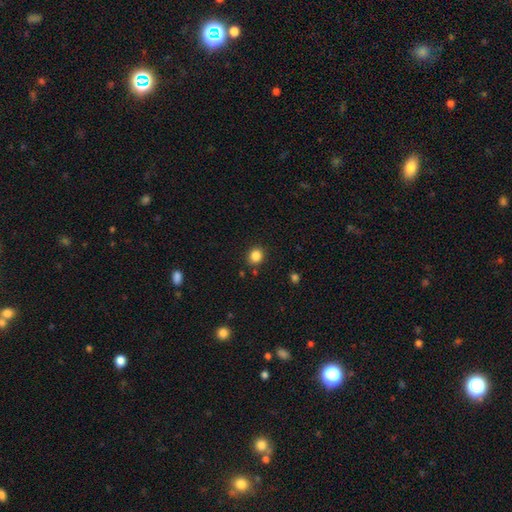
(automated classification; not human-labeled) Q: Smooth or featured?
A: smooth (85%); runner-up: star or artifact (11%)
Q: How rounded?
A: round (78%); runner-up: in between (21%)
Q: Merging?
A: none (88%); runner-up: minor disturbance (8%)